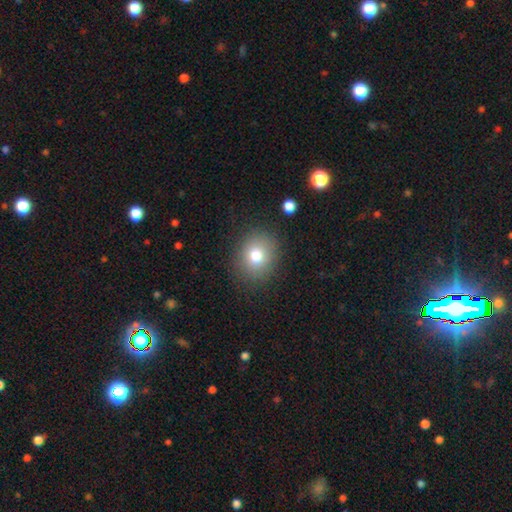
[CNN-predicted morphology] Smooth or featured: smooth — 78% (star or artifact — 12%)
How rounded: round — 66% (in between — 34%)
Merging: none — 85% (minor disturbance — 10%)